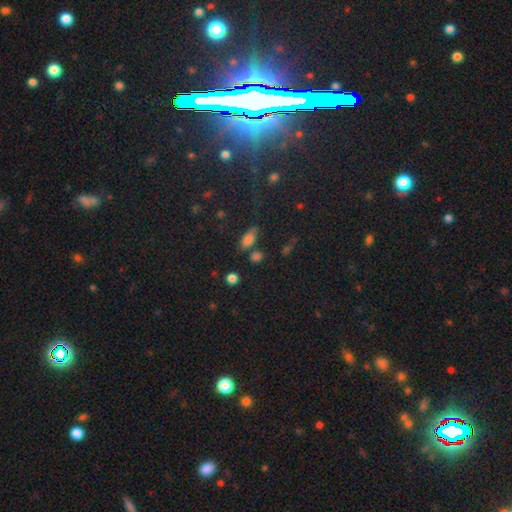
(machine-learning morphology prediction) smooth-or-featured: smooth: 66% | star or artifact: 23% | featured or disk: 11%
  how-rounded: in between: 76% | round: 12% | cigar-shaped: 12%
  merging: none: 68% | merger: 14% | minor disturbance: 13% | major disturbance: 5%